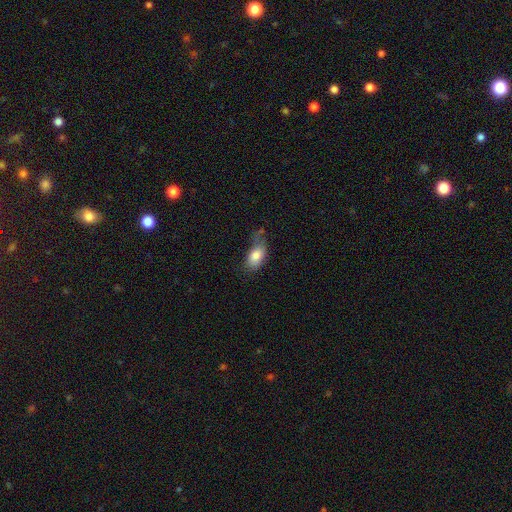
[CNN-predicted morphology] This appears to be a smooth galaxy with no disk features (80%) that is in between round and cigar-shaped (89%). Merging: none (37%).